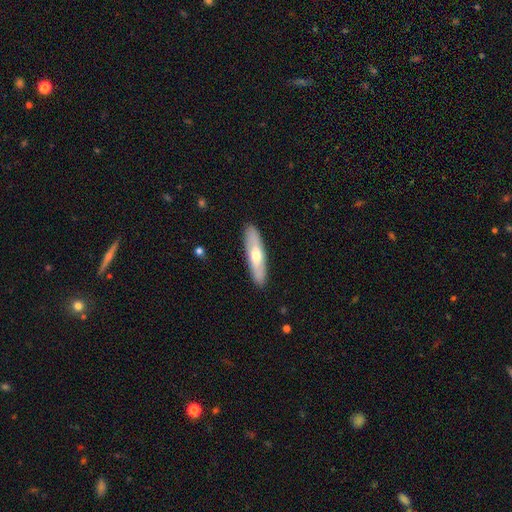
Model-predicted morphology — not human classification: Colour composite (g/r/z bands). It shows a smooth galaxy with no disk features (52%) that is cigar-shaped (68%). Merging: none (89%).